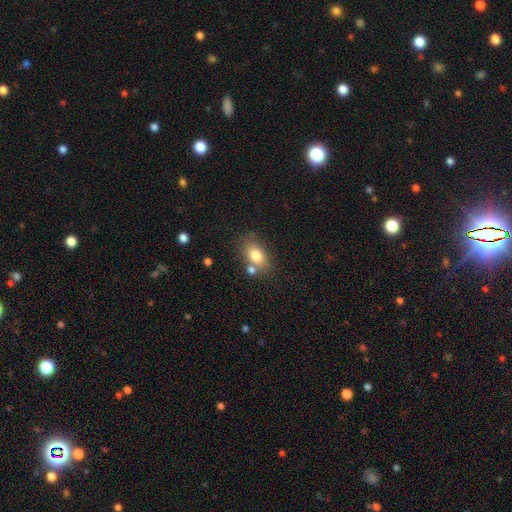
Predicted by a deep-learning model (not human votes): smooth_or_featured: smooth (p=0.78) [alt: featured or disk p=0.13]
how_rounded: in between (p=0.80) [alt: round p=0.18]
merging: none (p=0.65) [alt: merger p=0.17]